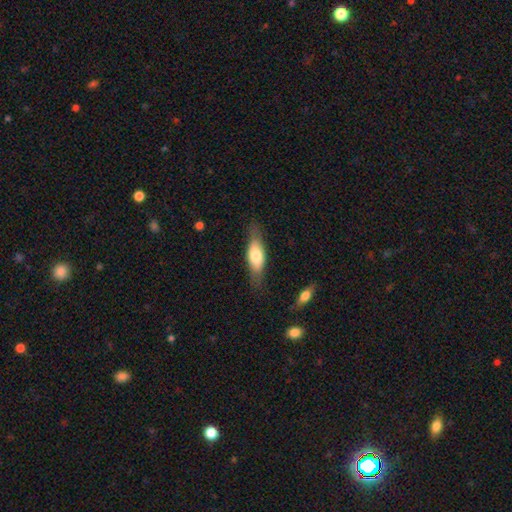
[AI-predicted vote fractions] A smooth galaxy with no disk features (62%) that is in between round and cigar-shaped (63%).

Vote fractions:
- Smooth or featured? smooth: 62% / featured or disk: 32% / star or artifact: 6%
- How rounded? in between: 63% / cigar-shaped: 34% / round: 3%
- Merging? none: 75% / minor disturbance: 18% / major disturbance: 5% / merger: 2%